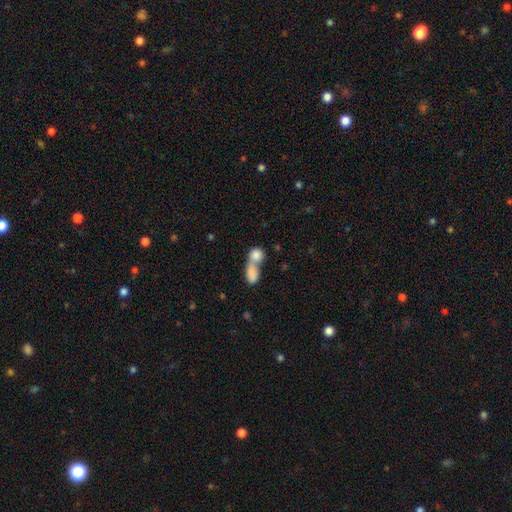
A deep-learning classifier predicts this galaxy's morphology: Q: Smooth or featured?
A: smooth (82%); runner-up: featured or disk (11%)
Q: How rounded?
A: in between (48%); runner-up: round (47%)
Q: Merging?
A: merger (75%); runner-up: none (16%)